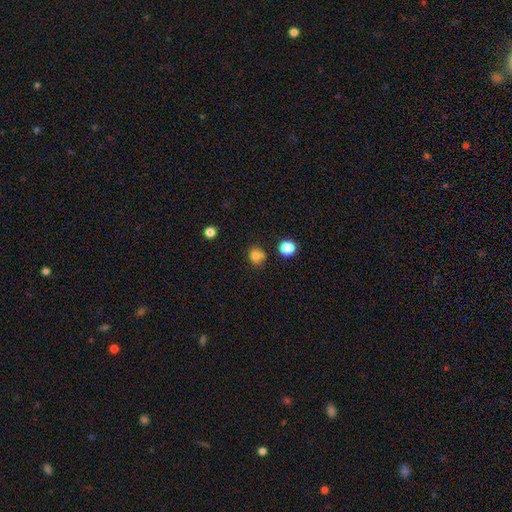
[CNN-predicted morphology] The model was most divided on "merging": none: 54%, merger: 25%, minor disturbance: 16%, major disturbance: 6%. More confident: smooth or featured — smooth (76%); how rounded — round (70%).